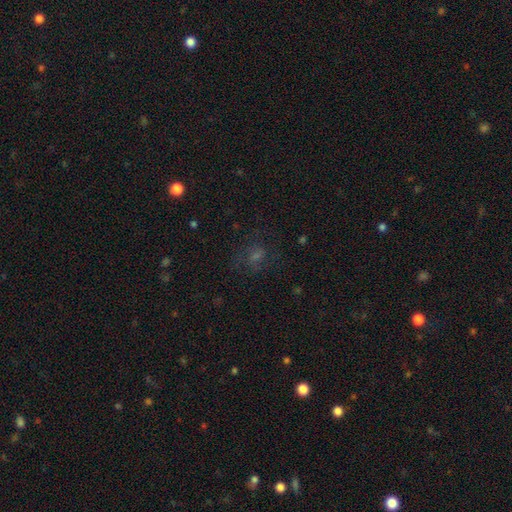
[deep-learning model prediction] Smooth or featured?
  - star or artifact: 38% *
  - smooth: 37%
  - featured or disk: 25%